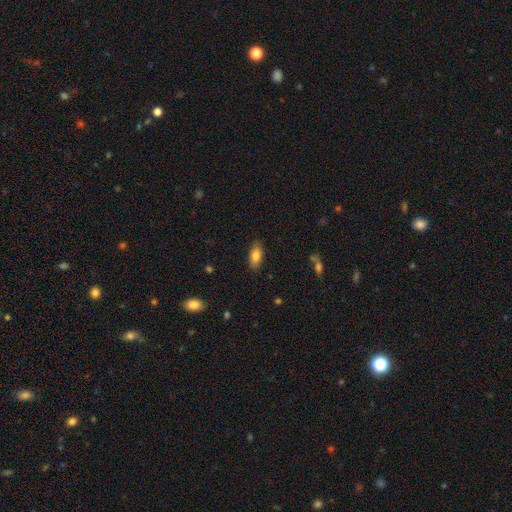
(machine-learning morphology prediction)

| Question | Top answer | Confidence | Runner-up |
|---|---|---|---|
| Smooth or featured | smooth | 78% | featured or disk (14%) |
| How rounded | in between | 82% | cigar-shaped (15%) |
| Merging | none | 86% | minor disturbance (10%) |